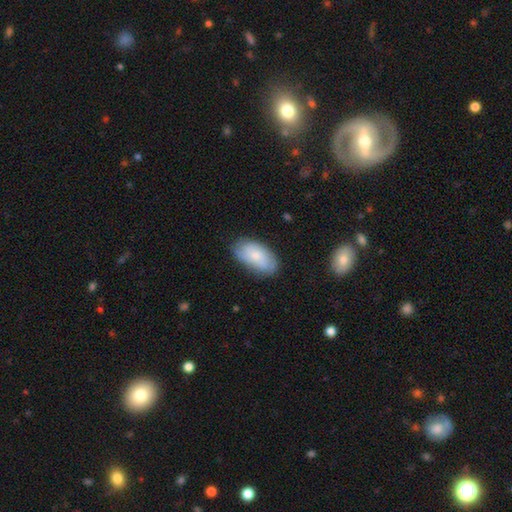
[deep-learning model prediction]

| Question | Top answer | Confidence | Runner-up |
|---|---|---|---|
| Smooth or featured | smooth | 69% | featured or disk (25%) |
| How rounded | in between | 94% | round (3%) |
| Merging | none | 74% | minor disturbance (20%) |